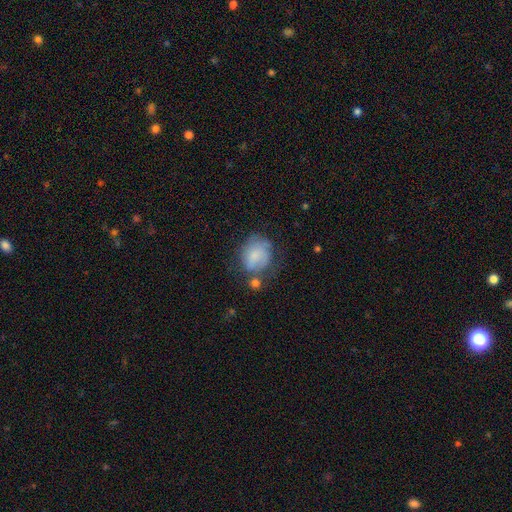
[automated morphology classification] smooth-or-featured: smooth: 72% | featured or disk: 20% | star or artifact: 8%
  how-rounded: round: 57% | in between: 42% | cigar-shaped: 1%
  merging: none: 45% | minor disturbance: 28% | major disturbance: 15% | merger: 11%